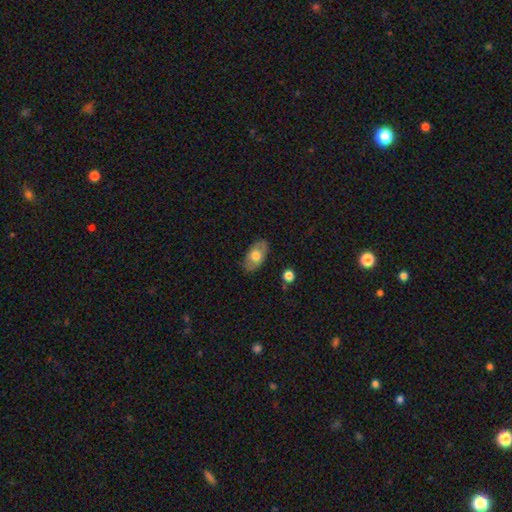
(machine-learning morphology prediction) The model was most divided on "smooth or featured": smooth: 65%, featured or disk: 28%, star or artifact: 6%. More confident: how rounded — in between (92%); merging — none (83%).